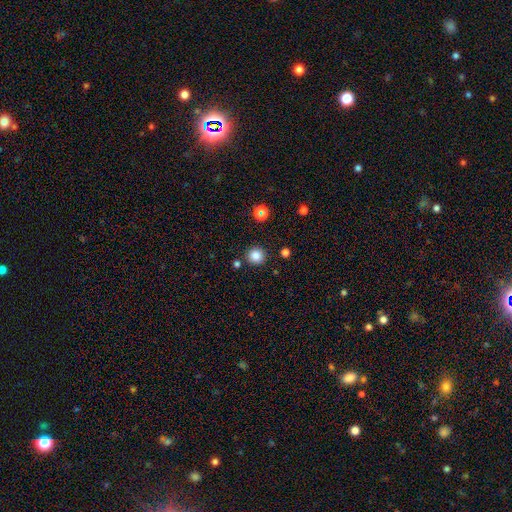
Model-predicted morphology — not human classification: This is clearly a smooth galaxy (83%). How rounded: clearly round (94%). Merging: clearly none (88%).